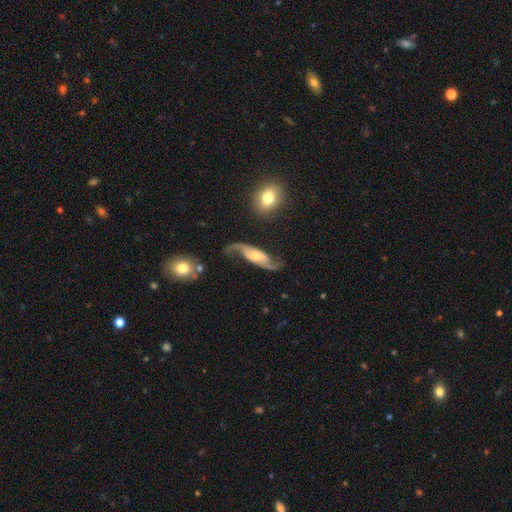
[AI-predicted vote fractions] The model was most divided on "bulge size": small: 46%, moderate: 42%, large: 6%, none: 4%, dominant: 2%. Remaining: spiral arms — yes (96%); edge-on disk — no (91%); spiral arm count — 2 (90%); smooth or featured — featured or disk (84%); spiral winding — loose (65%); merging — none (64%); bar — no (44%).